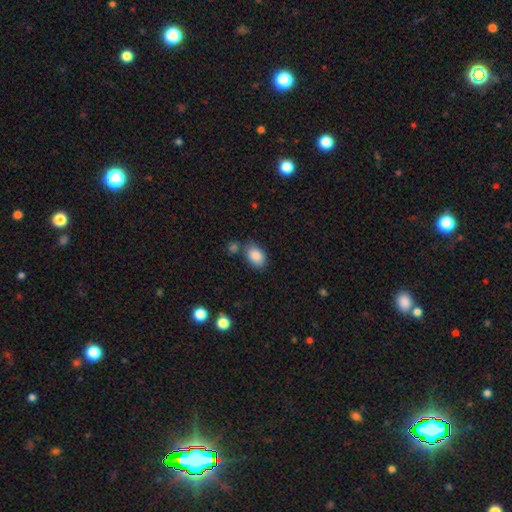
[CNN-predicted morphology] smooth_or_featured: smooth (p=0.87) [alt: star or artifact p=0.08]
how_rounded: in between (p=0.86) [alt: round p=0.13]
merging: none (p=0.69) [alt: minor disturbance p=0.15]